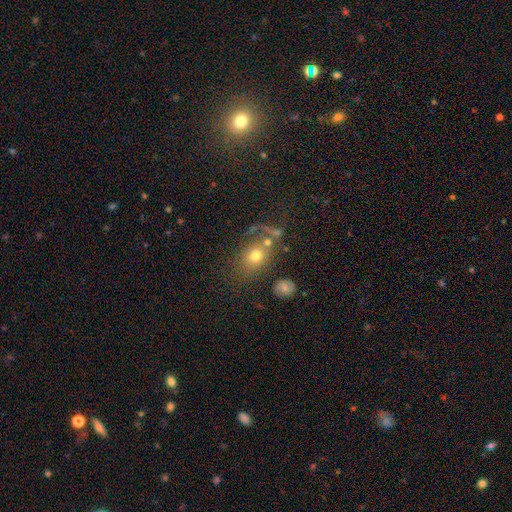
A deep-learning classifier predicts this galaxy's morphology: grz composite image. It shows a smooth galaxy with no disk features (64%) that is in between round and cigar-shaped (56%). Merging: none (50%).